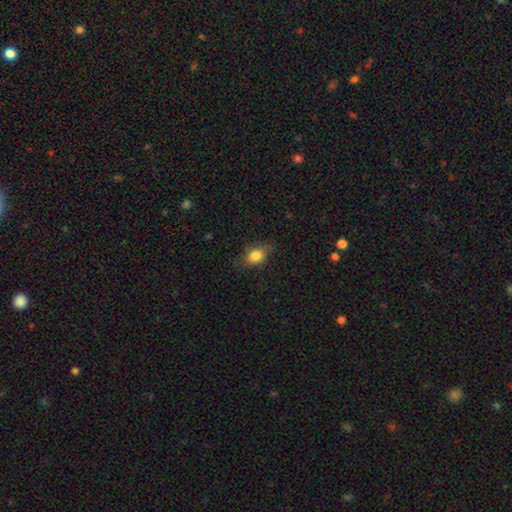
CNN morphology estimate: Smooth or featured? smooth (81%)
How rounded? in between (66%)
Merging? none (76%)